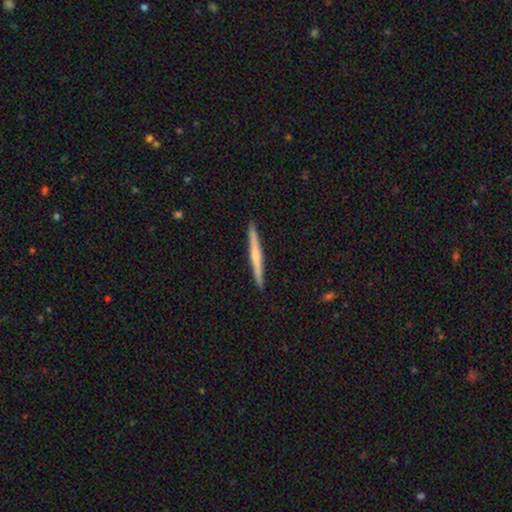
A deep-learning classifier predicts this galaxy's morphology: Q: Smooth or featured?
A: featured or disk (52%); runner-up: smooth (43%)
Q: Edge-on disk?
A: yes (98%); runner-up: no (2%)
Q: Edge-on bulge?
A: none (56%); runner-up: rounded (35%)
Q: Merging?
A: none (93%); runner-up: minor disturbance (5%)